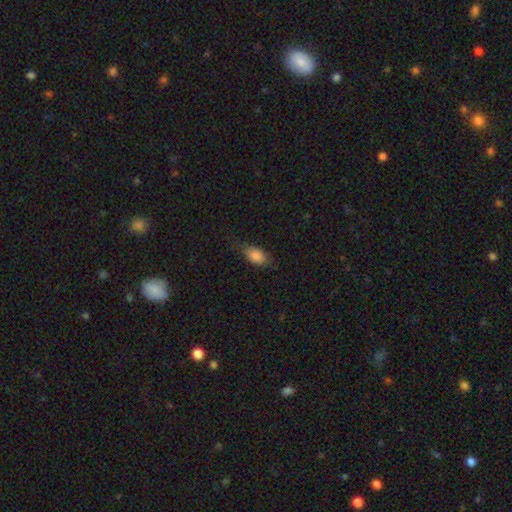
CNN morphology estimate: The model was most divided on "merging": none: 67%, minor disturbance: 25%, major disturbance: 7%, merger: 1%. More confident: how rounded — in between (88%); smooth or featured — smooth (84%).